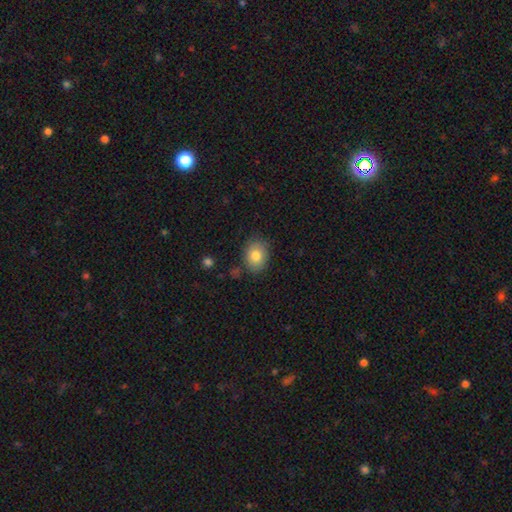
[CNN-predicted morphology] Smooth or featured? smooth (81%)
How rounded? in between (57%)
Merging? none (81%)